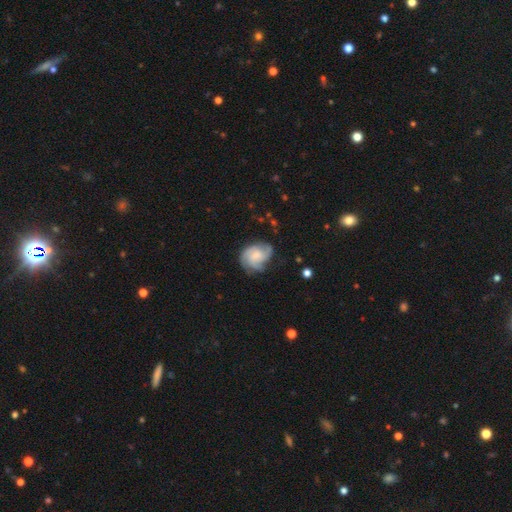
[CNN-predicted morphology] type=featured or disk (66%); edge-on=no (98%); bar=no (63%); spiral arms=yes (93%); winding=medium (45%); arm count=3 (49%); bulge=moderate (33%); merging=none (63%).